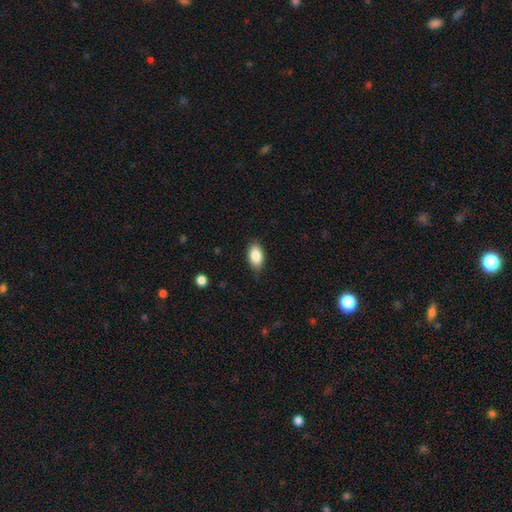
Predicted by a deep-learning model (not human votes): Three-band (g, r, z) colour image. It shows a smooth galaxy with no disk features (87%) that is in between round and cigar-shaped (92%). Merging: none (82%).